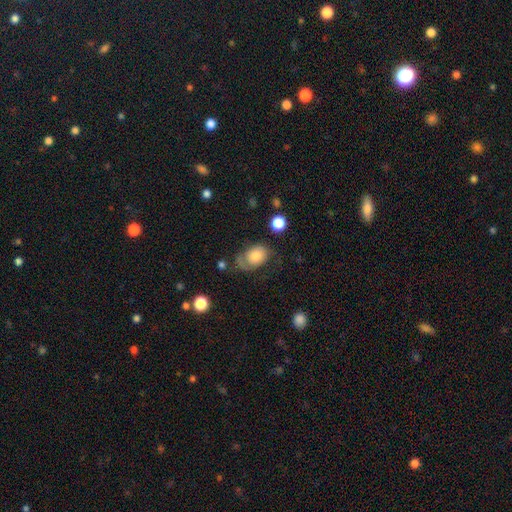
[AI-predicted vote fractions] Smooth or featured? smooth (68%)
How rounded? in between (75%)
Merging? none (44%)